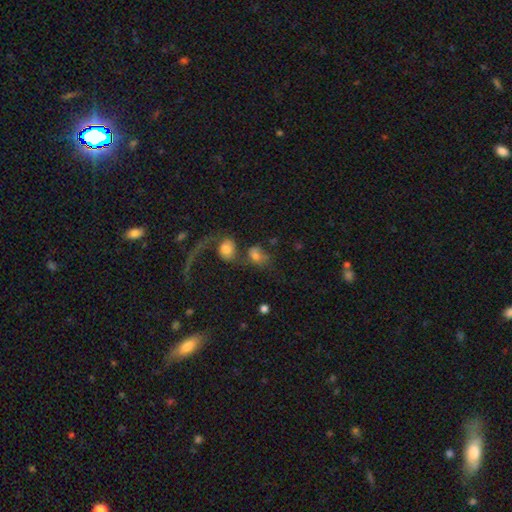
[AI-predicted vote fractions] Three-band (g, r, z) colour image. It shows a smooth galaxy with no disk features (62%) that is in between round and cigar-shaped (55%). Merging: merger (49%).